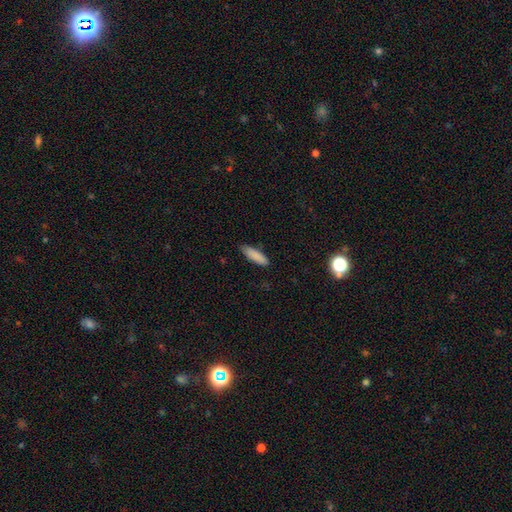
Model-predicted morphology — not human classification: A smooth galaxy with no disk features (88%) that is cigar-shaped (59%).

Vote fractions:
- Smooth or featured? smooth: 88% / star or artifact: 7% / featured or disk: 6%
- How rounded? cigar-shaped: 59% / in between: 39% / round: 1%
- Merging? none: 84% / minor disturbance: 13% / major disturbance: 2% / merger: 1%